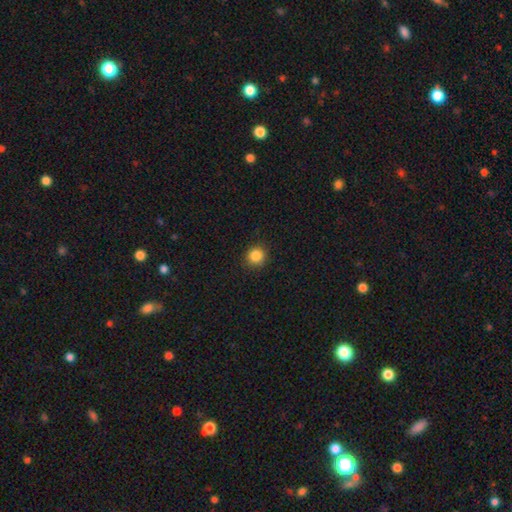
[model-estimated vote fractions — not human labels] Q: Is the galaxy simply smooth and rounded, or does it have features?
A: smooth — 85%.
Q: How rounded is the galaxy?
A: round — 91%.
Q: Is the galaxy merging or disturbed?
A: none — 89%.